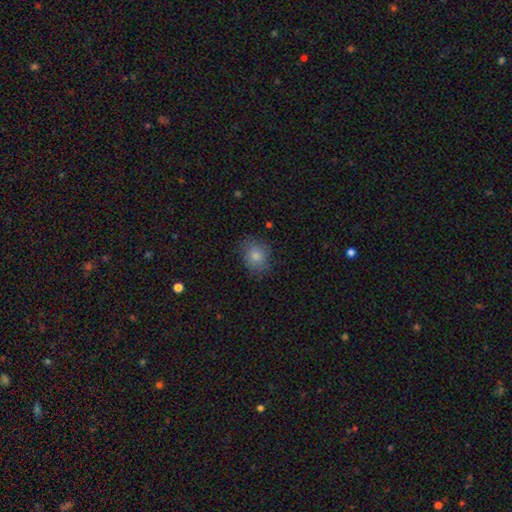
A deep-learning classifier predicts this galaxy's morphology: This is likely a smooth galaxy (76%). How rounded: possibly round (53%). Merging: clearly none (80%).